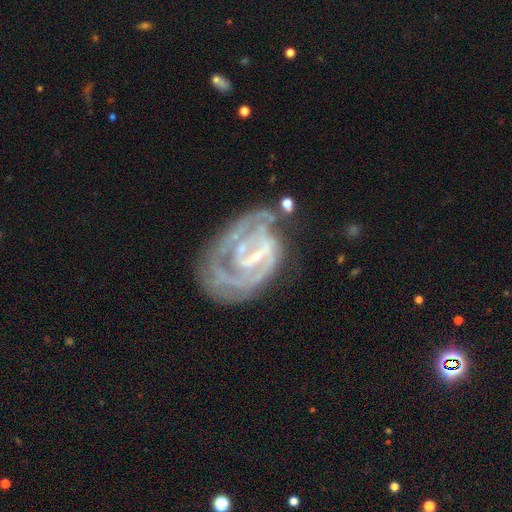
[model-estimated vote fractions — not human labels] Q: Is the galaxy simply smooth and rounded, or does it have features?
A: featured or disk — 87%.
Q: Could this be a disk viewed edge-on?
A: no — 97%.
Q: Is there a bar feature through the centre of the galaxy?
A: weak — 44%.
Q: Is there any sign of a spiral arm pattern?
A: yes — 90%.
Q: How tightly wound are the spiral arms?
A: tight — 54%.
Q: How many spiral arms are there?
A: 2 — 43%.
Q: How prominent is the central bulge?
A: small — 65%.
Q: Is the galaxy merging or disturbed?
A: none — 45%.